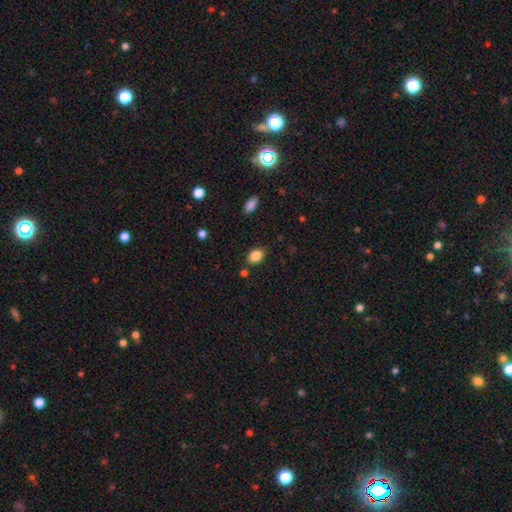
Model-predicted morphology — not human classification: This is clearly a smooth galaxy (86%). How rounded: clearly in between (81%). Merging: clearly none (81%).